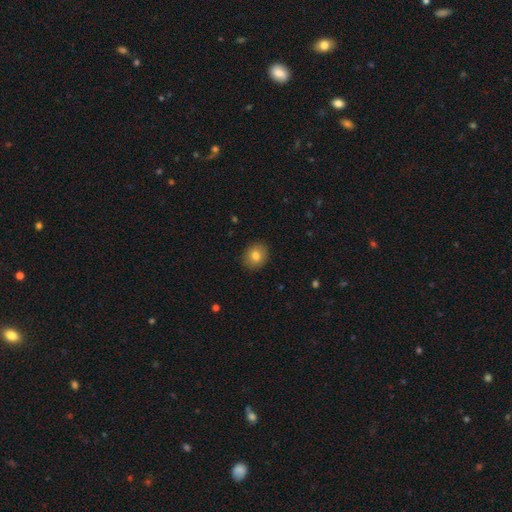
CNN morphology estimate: This appears to be a smooth galaxy with no disk features (80%) that is round (70%). Merging: none (90%).